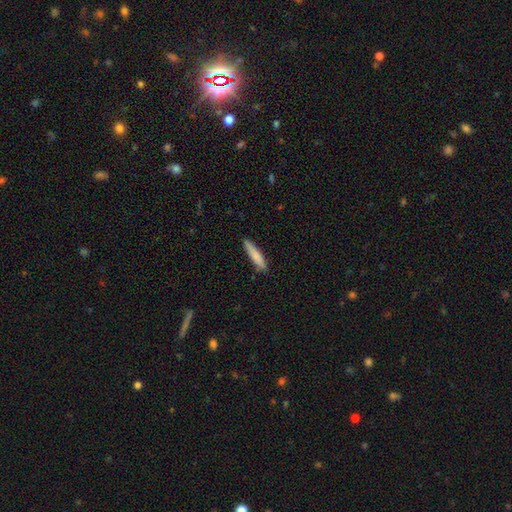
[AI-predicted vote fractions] smooth-or-featured: smooth: 81% | featured or disk: 13% | star or artifact: 6%
  how-rounded: cigar-shaped: 87% | in between: 12% | round: 1%
  merging: none: 85% | minor disturbance: 12% | major disturbance: 2% | merger: 1%